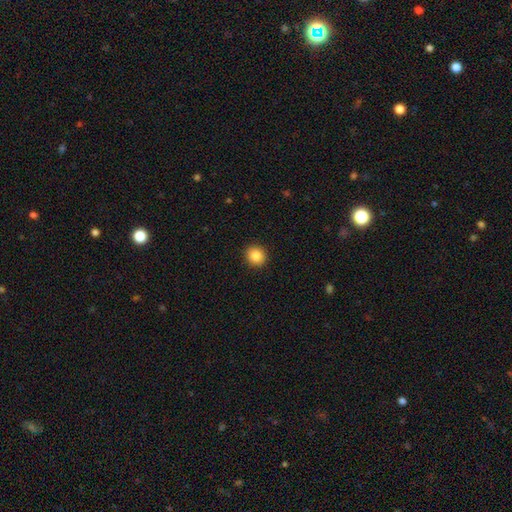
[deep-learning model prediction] smooth-or-featured: smooth: 86% | star or artifact: 9% | featured or disk: 4%
  how-rounded: round: 85% | in between: 14% | cigar-shaped: 1%
  merging: none: 92% | minor disturbance: 5% | major disturbance: 2% | merger: 1%